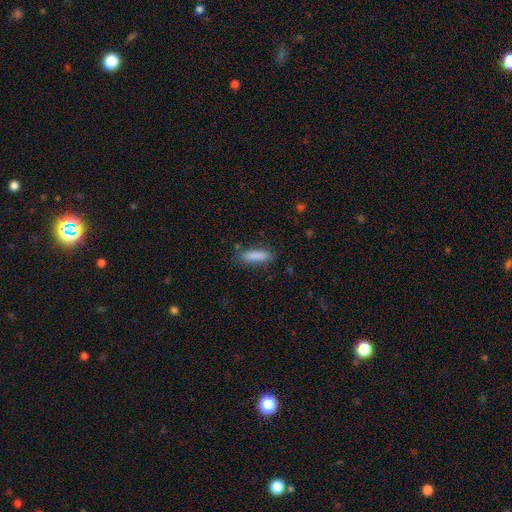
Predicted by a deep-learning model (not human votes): The model was most divided on "how rounded": cigar-shaped: 53%, in between: 46%, round: 2%. More confident: smooth or featured — smooth (87%); merging — none (81%).